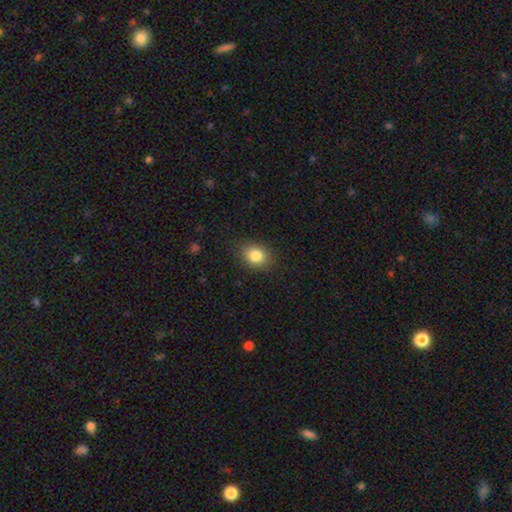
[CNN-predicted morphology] Overall: smooth (84%). How rounded: in between (51%; round 48%). Merging: none (86%).